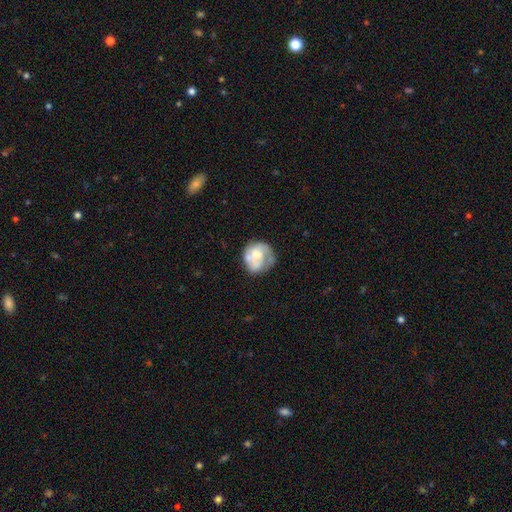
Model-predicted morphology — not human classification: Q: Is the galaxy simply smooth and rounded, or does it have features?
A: featured or disk — 48%.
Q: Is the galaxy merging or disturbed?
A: none — 49%.